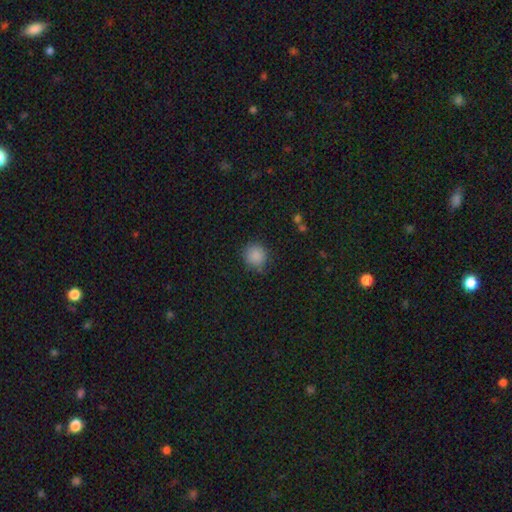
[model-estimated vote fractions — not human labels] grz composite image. It shows a smooth galaxy with no disk features (87%) that is round (89%). Merging: none (81%).